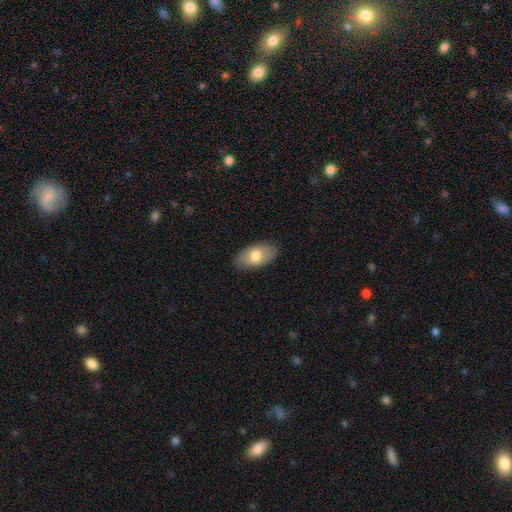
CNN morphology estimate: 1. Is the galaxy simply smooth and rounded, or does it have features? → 72% smooth, 22% featured or disk, 6% star or artifact.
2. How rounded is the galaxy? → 93% in between, 4% round, 2% cigar-shaped.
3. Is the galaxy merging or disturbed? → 86% none, 11% minor disturbance, 2% major disturbance, 1% merger.